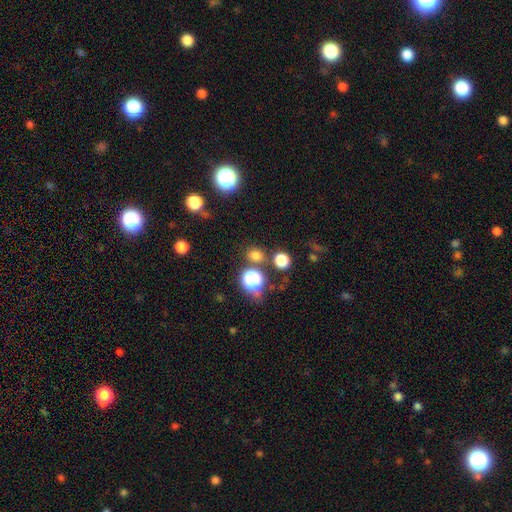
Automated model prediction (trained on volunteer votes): Morphology: type=smooth (70%); roundness=round (75%); merging=none (78%).